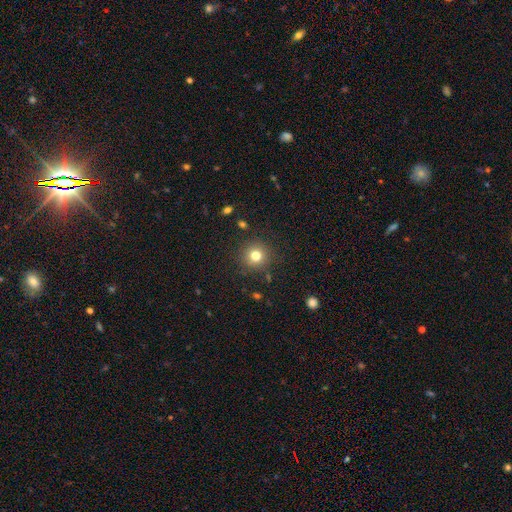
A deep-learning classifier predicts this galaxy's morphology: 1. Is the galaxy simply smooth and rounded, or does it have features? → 79% smooth, 13% star or artifact, 8% featured or disk.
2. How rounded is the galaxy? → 93% round, 6% in between, 1% cigar-shaped.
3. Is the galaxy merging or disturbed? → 88% none, 7% minor disturbance, 3% major disturbance, 2% merger.